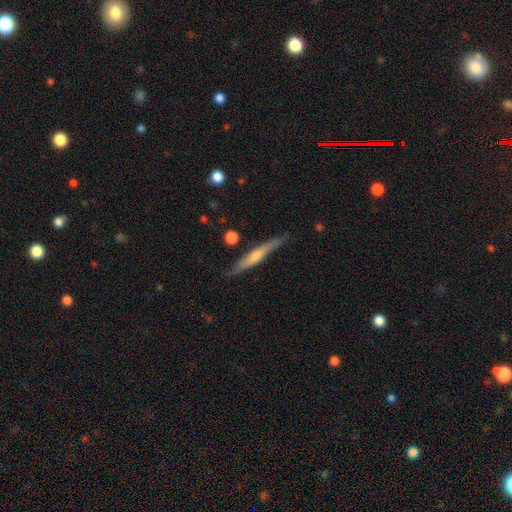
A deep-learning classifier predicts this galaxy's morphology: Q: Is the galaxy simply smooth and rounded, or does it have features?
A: featured or disk — 57%.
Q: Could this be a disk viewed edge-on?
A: yes — 94%.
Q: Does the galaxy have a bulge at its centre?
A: rounded — 64%.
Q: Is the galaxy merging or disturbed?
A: none — 82%.